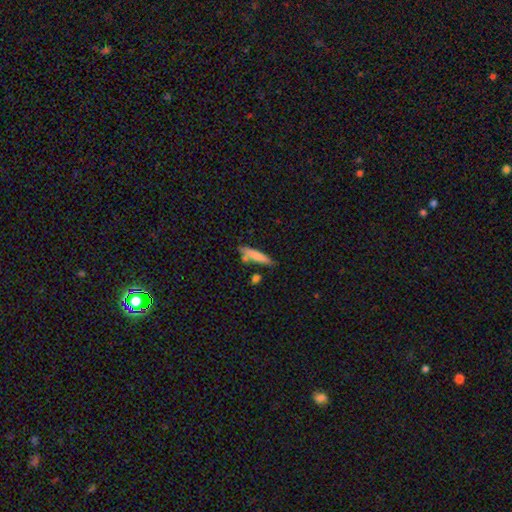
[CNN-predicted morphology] The model was most divided on "merging": none: 70%, minor disturbance: 15%, merger: 11%, major disturbance: 4%. More confident: how rounded — cigar-shaped (85%); smooth or featured — smooth (78%).